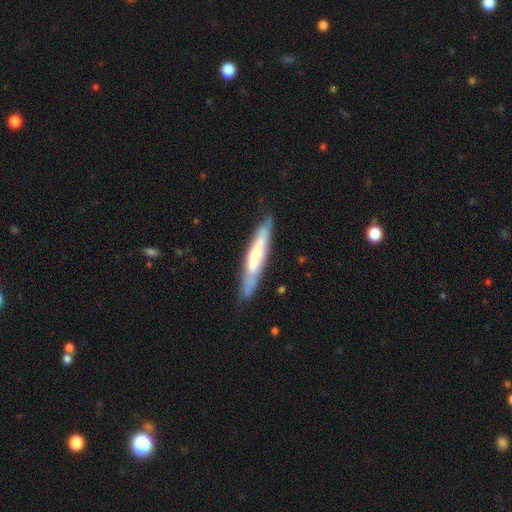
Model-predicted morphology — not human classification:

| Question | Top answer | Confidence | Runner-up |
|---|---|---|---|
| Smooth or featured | featured or disk | 51% | smooth (44%) |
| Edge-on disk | yes | 75% | no (25%) |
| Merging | none | 77% | minor disturbance (18%) |